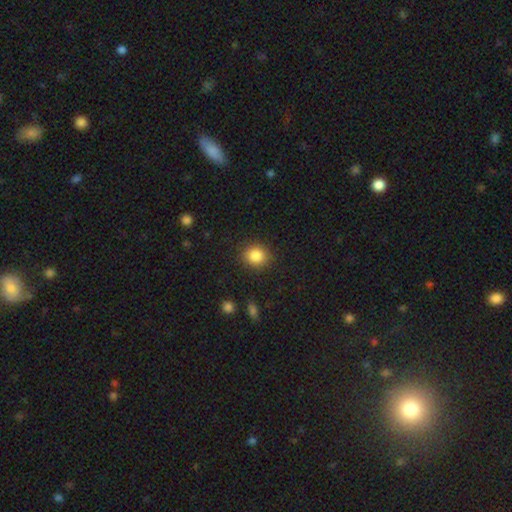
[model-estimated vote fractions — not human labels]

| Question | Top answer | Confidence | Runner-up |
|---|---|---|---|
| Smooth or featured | smooth | 85% | star or artifact (10%) |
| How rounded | round | 80% | in between (19%) |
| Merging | none | 89% | minor disturbance (7%) |